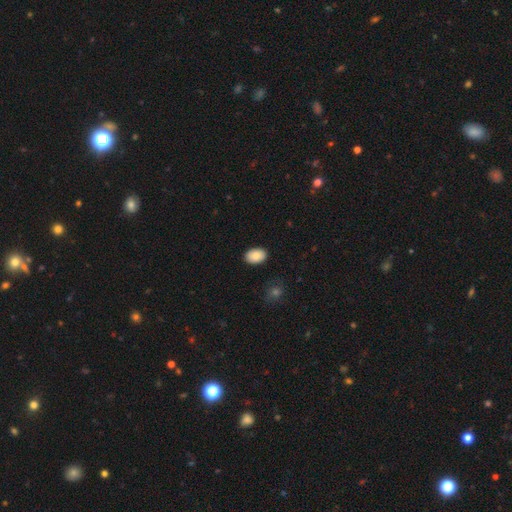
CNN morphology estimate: Smooth or featured: smooth — 88% (star or artifact — 7%)
How rounded: in between — 88% (round — 11%)
Merging: none — 89% (minor disturbance — 8%)